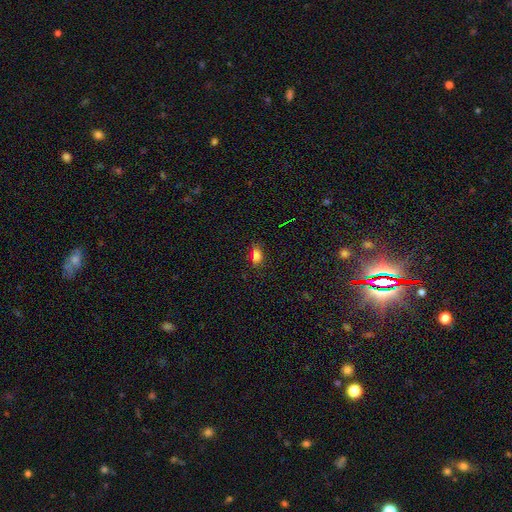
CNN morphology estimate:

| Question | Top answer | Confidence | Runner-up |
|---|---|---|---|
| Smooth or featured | smooth | 78% | star or artifact (16%) |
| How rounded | in between | 80% | round (15%) |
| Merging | none | 79% | minor disturbance (15%) |